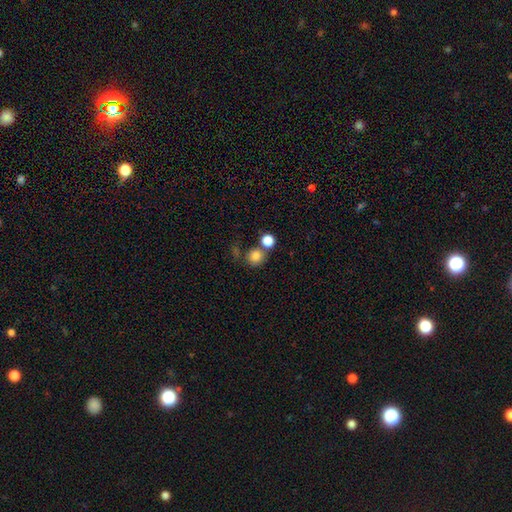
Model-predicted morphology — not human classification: Smooth or featured?
  - smooth: 81% *
  - star or artifact: 12%
  - featured or disk: 7%
How rounded?
  - round: 90% *
  - in between: 9%
  - cigar-shaped: 1%
Merging?
  - none: 65% *
  - merger: 23%
  - minor disturbance: 9%
  - major disturbance: 4%